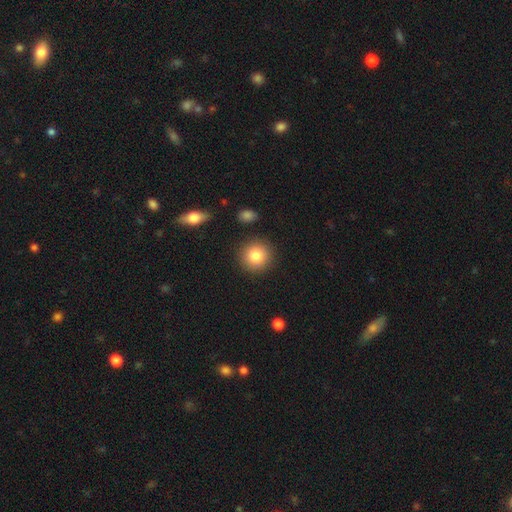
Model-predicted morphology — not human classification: Q: Smooth or featured?
A: smooth (83%); runner-up: star or artifact (9%)
Q: How rounded?
A: round (92%); runner-up: in between (7%)
Q: Merging?
A: none (89%); runner-up: minor disturbance (7%)